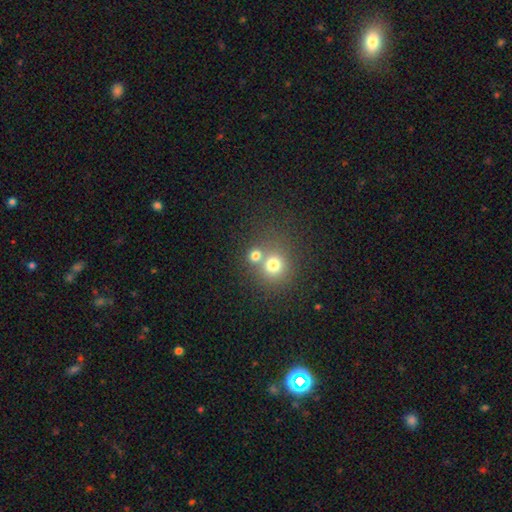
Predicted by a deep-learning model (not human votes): The model was most divided on "merging": none: 48%, merger: 43%, minor disturbance: 6%, major disturbance: 3%. More confident: how rounded — round (85%); smooth or featured — smooth (73%).